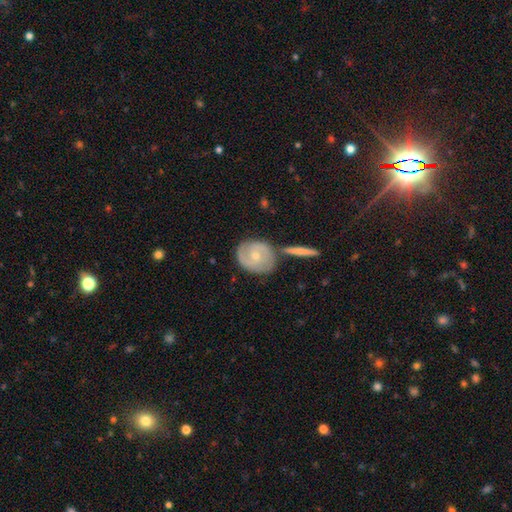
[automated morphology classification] Overall: featured or disk (58%; smooth 37%). Edge-on disk: no (94%). Bar: no (65%; weak 28%). Spiral arms: yes (77%). Bulge size: small (53%; moderate 43%). Merging: none (63%).